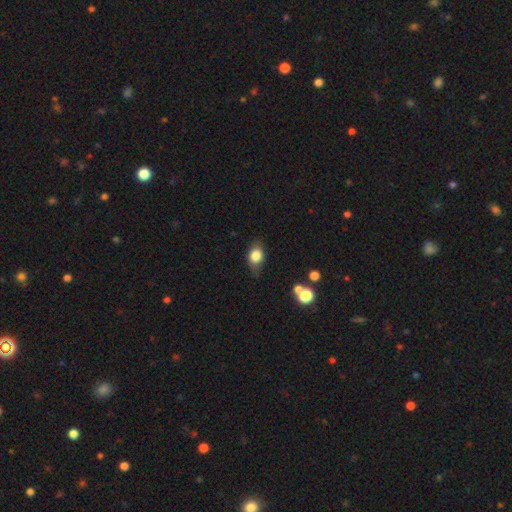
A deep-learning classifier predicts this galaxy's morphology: smooth_or_featured: smooth (p=0.77) [alt: featured or disk p=0.13]
how_rounded: in between (p=0.73) [alt: round p=0.25]
merging: none (p=0.73) [alt: minor disturbance p=0.20]